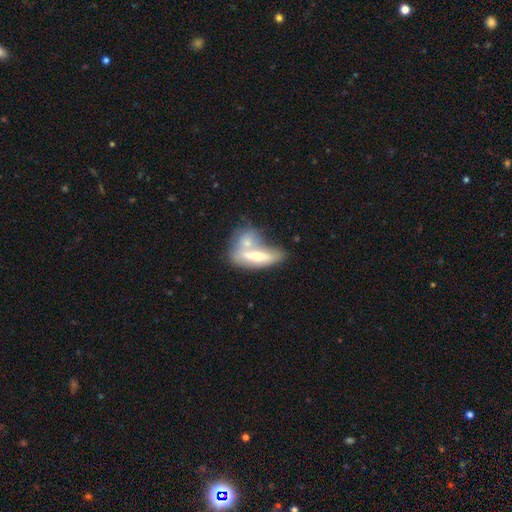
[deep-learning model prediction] smooth_or_featured: smooth (p=0.55) [alt: featured or disk p=0.39]
how_rounded: in between (p=0.61) [alt: cigar-shaped p=0.33]
merging: merger (p=0.66) [alt: none p=0.20]